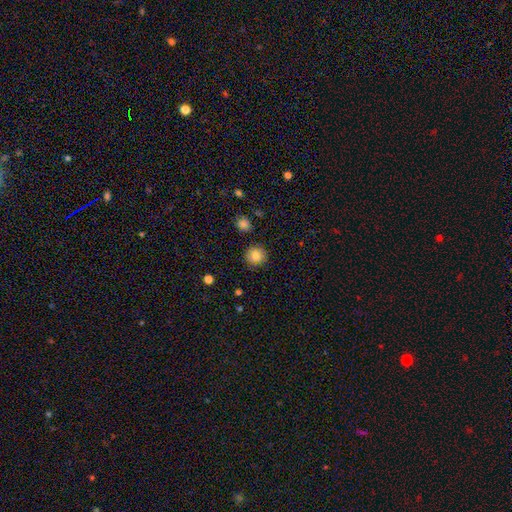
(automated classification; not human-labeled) Morphology: type=smooth (85%); roundness=round (91%); merging=none (88%).